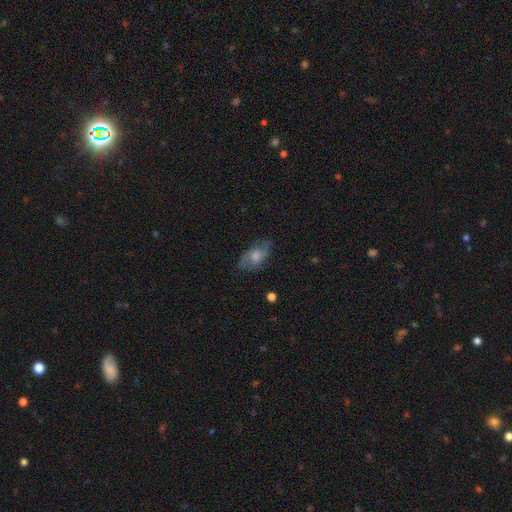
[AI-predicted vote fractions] Smooth or featured?
  - featured or disk: 52% *
  - smooth: 37%
  - star or artifact: 11%
Edge-on disk?
  - no: 87% *
  - yes: 13%
Merging?
  - none: 71% *
  - minor disturbance: 19%
  - major disturbance: 8%
  - merger: 1%